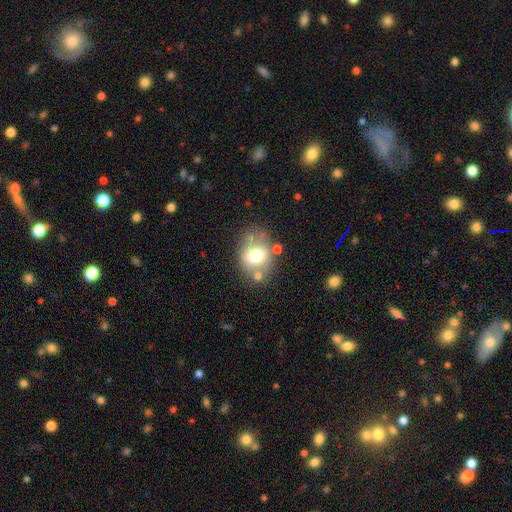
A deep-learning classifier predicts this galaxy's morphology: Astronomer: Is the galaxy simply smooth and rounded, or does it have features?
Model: smooth — 63%.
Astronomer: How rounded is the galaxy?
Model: in between — 54% (runner-up: round, 45%).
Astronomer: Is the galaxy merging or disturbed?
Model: none — 64%.